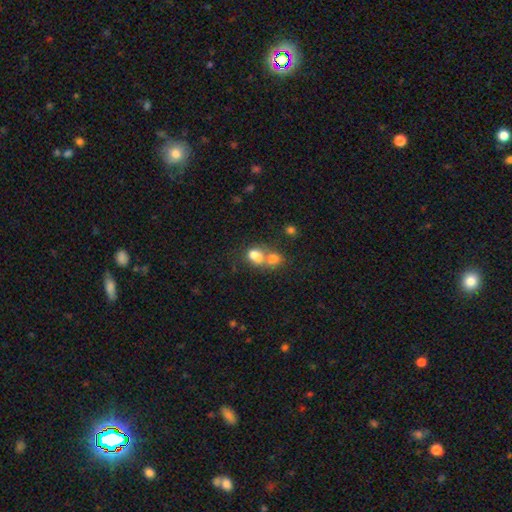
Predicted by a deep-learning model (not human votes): The model was most divided on "how rounded": in between: 65%, round: 34%, cigar-shaped: 1%. More confident: smooth or featured — smooth (75%); merging — merger (63%).